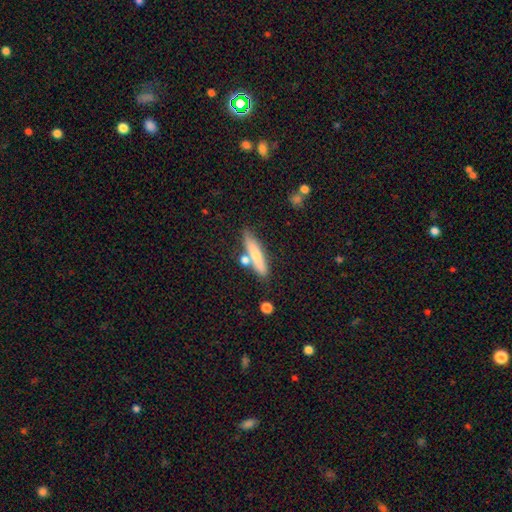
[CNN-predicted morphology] Smooth or featured?
  - smooth: 65% *
  - featured or disk: 28%
  - star or artifact: 7%
How rounded?
  - cigar-shaped: 82% *
  - in between: 16%
  - round: 2%
Merging?
  - none: 71% *
  - minor disturbance: 13%
  - merger: 13%
  - major disturbance: 3%